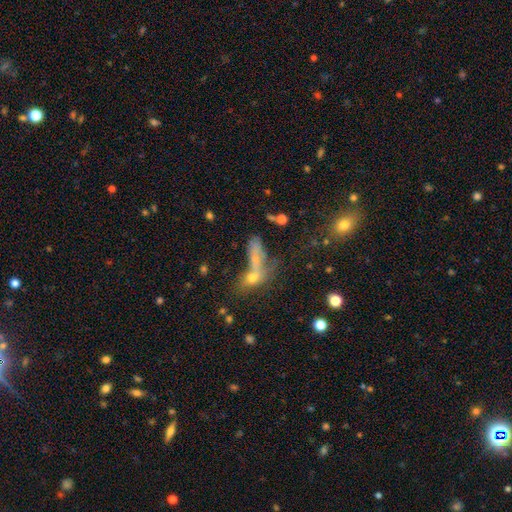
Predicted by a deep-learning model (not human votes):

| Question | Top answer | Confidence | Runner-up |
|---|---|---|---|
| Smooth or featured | smooth | 56% | featured or disk (24%) |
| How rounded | in between | 51% | cigar-shaped (35%) |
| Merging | merger | 54% | none (25%) |